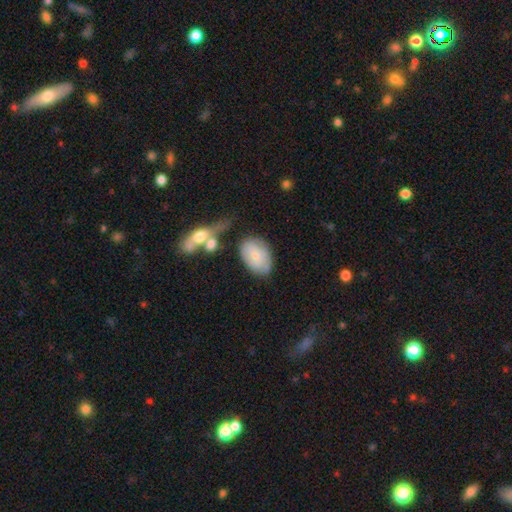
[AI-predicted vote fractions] The model was most divided on "smooth or featured": featured or disk: 49%, smooth: 45%, star or artifact: 6%. More confident: merging — none (59%).